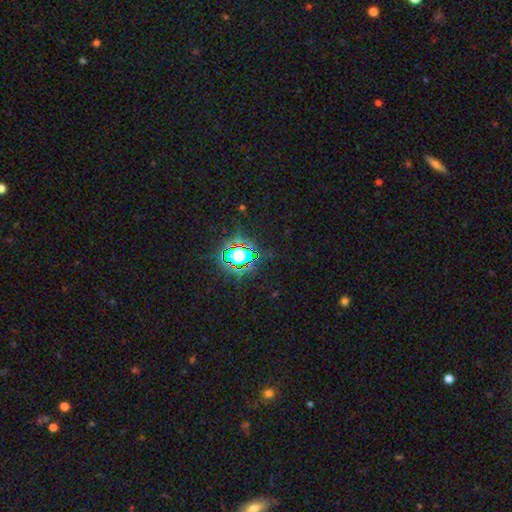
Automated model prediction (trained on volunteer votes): Overall: star or artifact (78%).